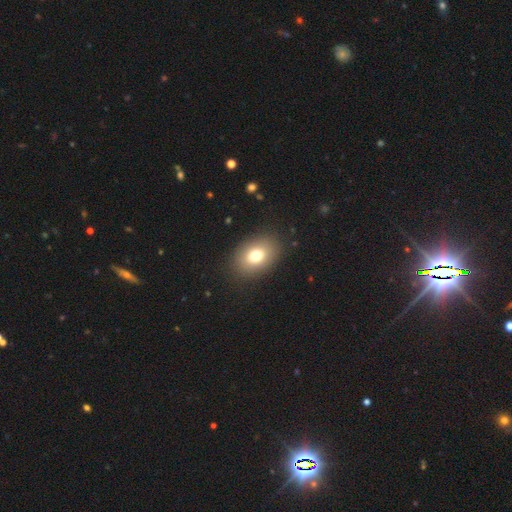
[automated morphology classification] Overall: smooth (75%). How rounded: in between (78%). Merging: none (87%).